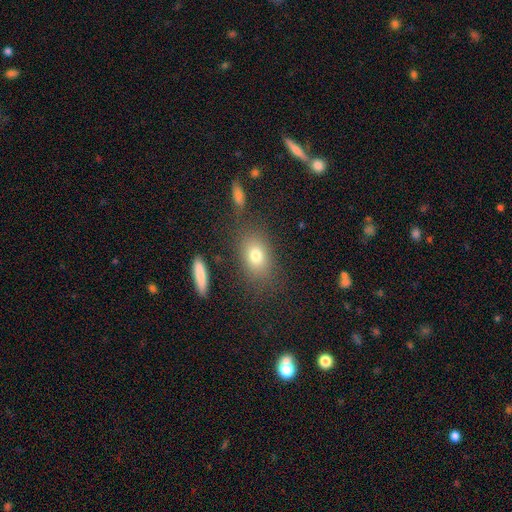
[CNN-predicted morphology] smooth-or-featured: smooth: 76% | featured or disk: 13% | star or artifact: 11%
  how-rounded: in between: 72% | round: 24% | cigar-shaped: 3%
  merging: none: 76% | minor disturbance: 13% | major disturbance: 6% | merger: 5%